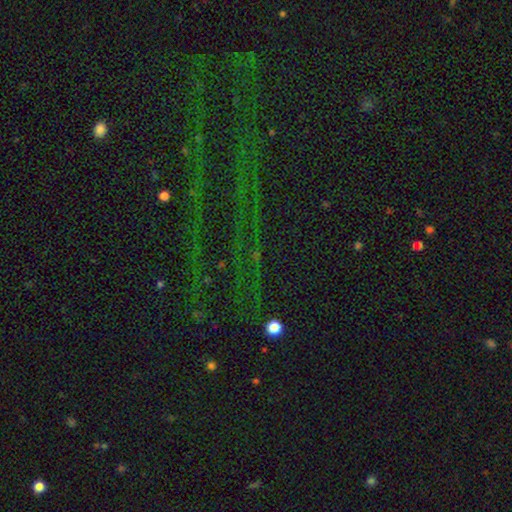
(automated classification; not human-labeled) star or artifact 76%, smooth 14%, featured or disk 11%.